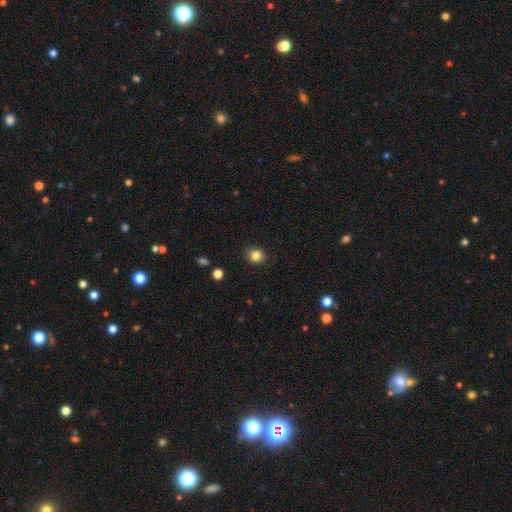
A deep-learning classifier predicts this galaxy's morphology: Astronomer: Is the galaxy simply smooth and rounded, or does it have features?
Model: smooth — 83%.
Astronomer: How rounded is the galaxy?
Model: round — 85%.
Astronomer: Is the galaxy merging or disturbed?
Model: none — 89%.